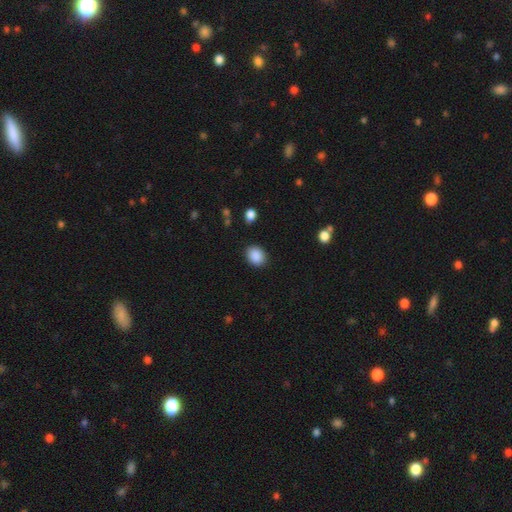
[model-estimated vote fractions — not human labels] smooth 89%, star or artifact 8%, featured or disk 3%. Down the decision tree: how rounded — round (50%); merging — none (88%).